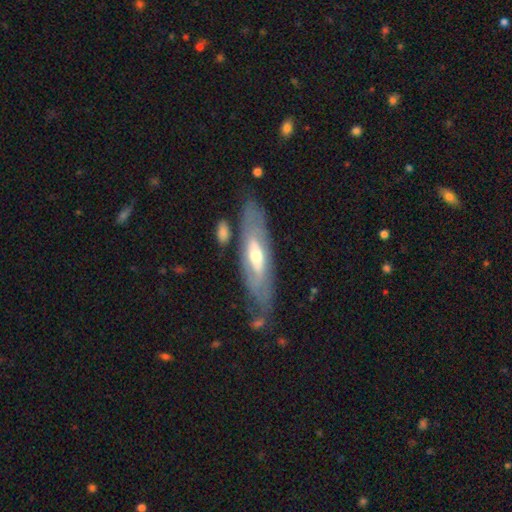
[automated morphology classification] A featured or disk galaxy (67%).

Vote fractions:
- Smooth or featured? featured or disk: 67% / smooth: 28% / star or artifact: 5%
- Edge-on disk? no: 65% / yes: 35%
- Merging? none: 70% / minor disturbance: 18% / major disturbance: 7% / merger: 5%